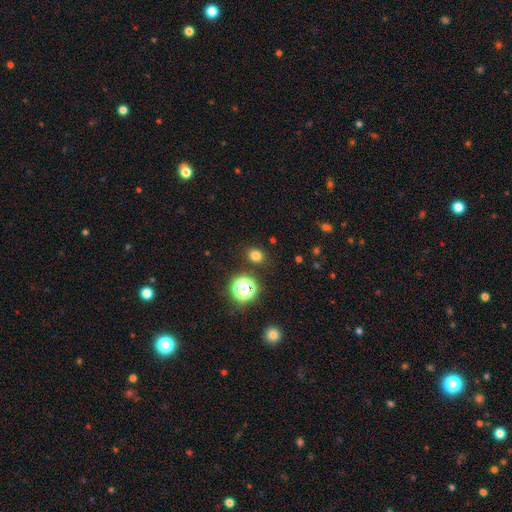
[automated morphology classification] Smooth or featured? Predicted: smooth (p=0.75). How rounded? Predicted: round (p=0.63). Merging? Predicted: none (p=0.87).